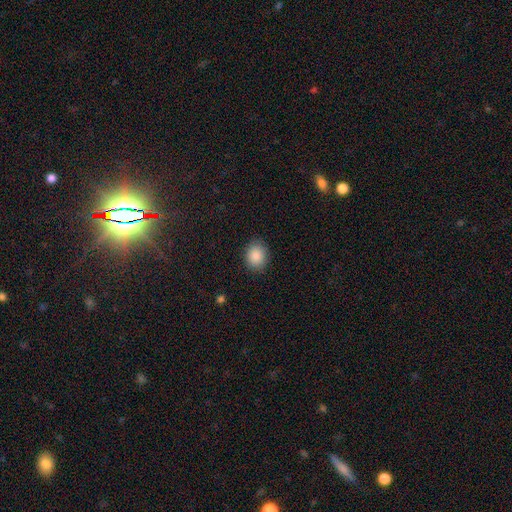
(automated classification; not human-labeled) Smooth or featured?
  - smooth: 88% *
  - star or artifact: 8%
  - featured or disk: 4%
How rounded?
  - round: 54% *
  - in between: 45%
  - cigar-shaped: 1%
Merging?
  - none: 87% *
  - minor disturbance: 9%
  - major disturbance: 3%
  - merger: 1%